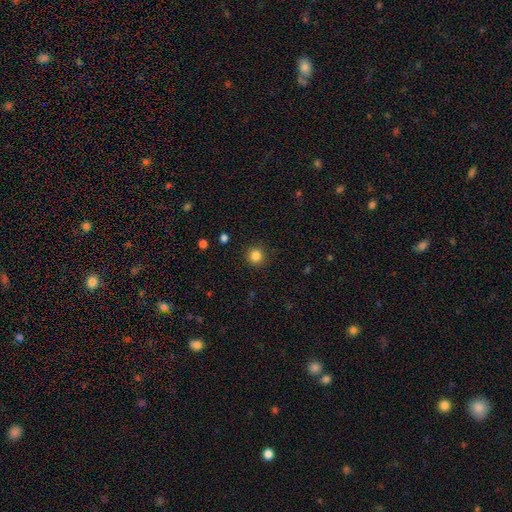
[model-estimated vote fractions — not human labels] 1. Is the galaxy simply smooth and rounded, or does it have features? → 84% smooth, 12% star or artifact, 4% featured or disk.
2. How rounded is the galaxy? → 95% round, 4% in between, 1% cigar-shaped.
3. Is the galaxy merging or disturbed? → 92% none, 5% minor disturbance, 2% major disturbance, 1% merger.